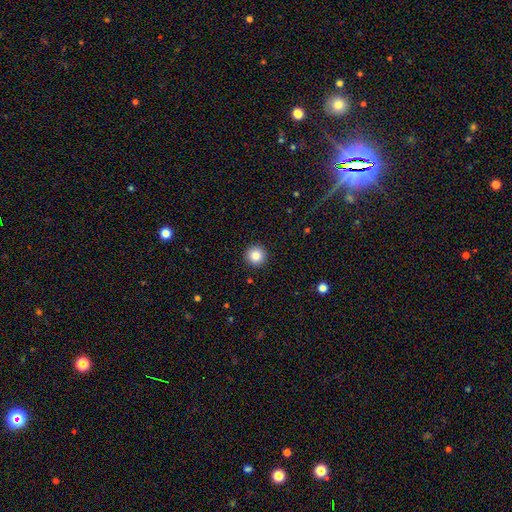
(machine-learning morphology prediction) A smooth galaxy with no disk features (86%) that is round (96%).

Vote fractions:
- Smooth or featured? smooth: 86% / star or artifact: 10% / featured or disk: 4%
- How rounded? round: 96% / in between: 3% / cigar-shaped: 1%
- Merging? none: 93% / minor disturbance: 4% / major disturbance: 2% / merger: 1%